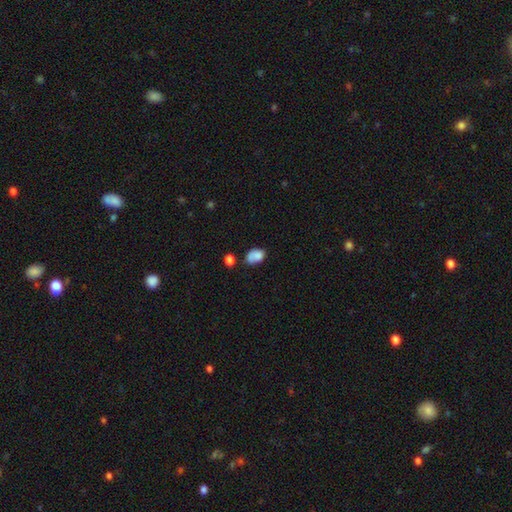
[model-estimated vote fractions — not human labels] Smooth or featured? Predicted: smooth (p=0.75). How rounded? Predicted: in between (p=0.80). Merging? Predicted: none (p=0.42).